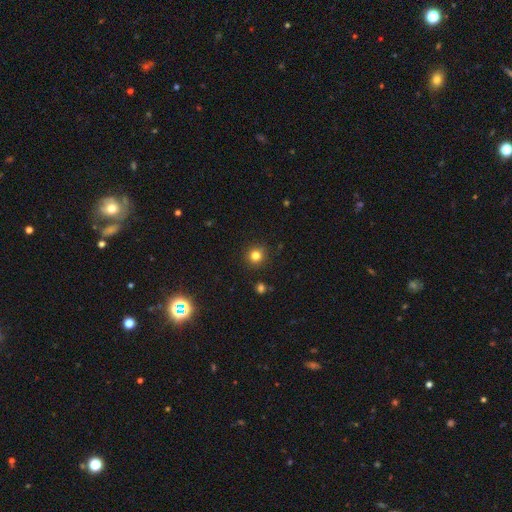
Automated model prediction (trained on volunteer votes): Smooth or featured: smooth — 80% (star or artifact — 14%)
How rounded: round — 92% (in between — 7%)
Merging: none — 90% (minor disturbance — 6%)